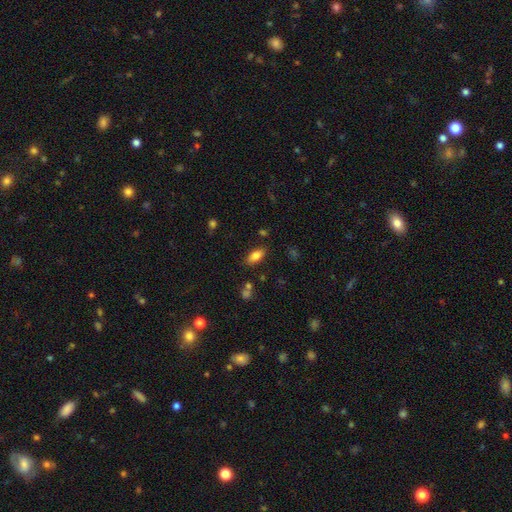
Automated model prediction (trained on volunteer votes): A smooth galaxy with no disk features (80%) that is in between round and cigar-shaped (87%).

Vote fractions:
- Smooth or featured? smooth: 80% / featured or disk: 12% / star or artifact: 9%
- How rounded? in between: 87% / cigar-shaped: 10% / round: 3%
- Merging? none: 82% / minor disturbance: 12% / merger: 3% / major disturbance: 3%